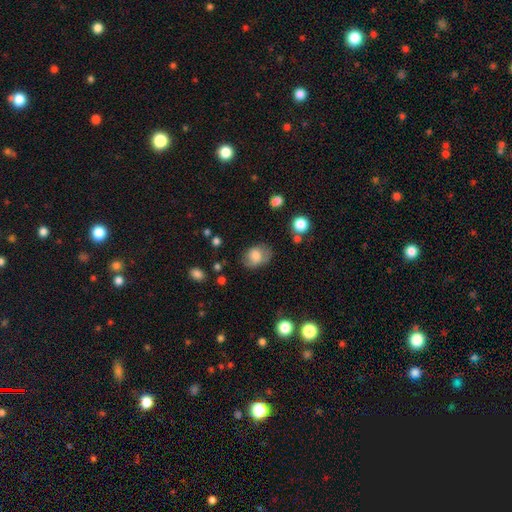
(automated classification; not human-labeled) smooth 71%, featured or disk 20%, star or artifact 9%. Down the decision tree: how rounded — in between (65%); merging — none (62%).